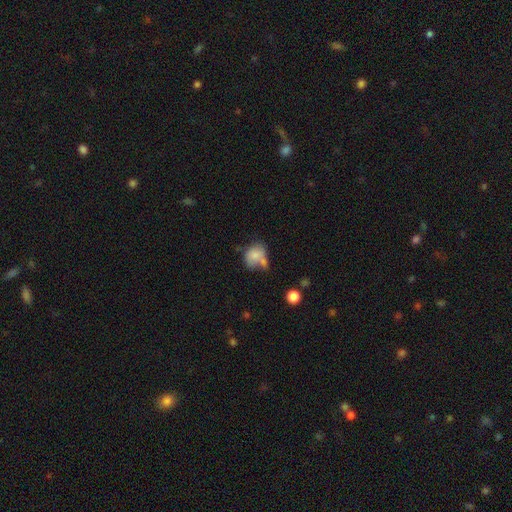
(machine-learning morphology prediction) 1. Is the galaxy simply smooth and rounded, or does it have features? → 76% smooth, 14% featured or disk, 9% star or artifact.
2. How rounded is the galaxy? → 52% round, 47% in between, 1% cigar-shaped.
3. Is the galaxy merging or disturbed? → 35% none, 32% merger, 21% minor disturbance, 11% major disturbance.